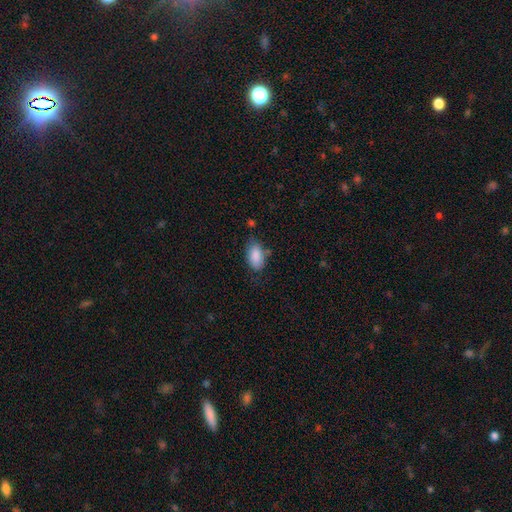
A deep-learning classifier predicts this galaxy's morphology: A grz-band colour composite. It shows a smooth galaxy with no disk features (86%) that is in between round and cigar-shaped (93%). Merging: none (63%).